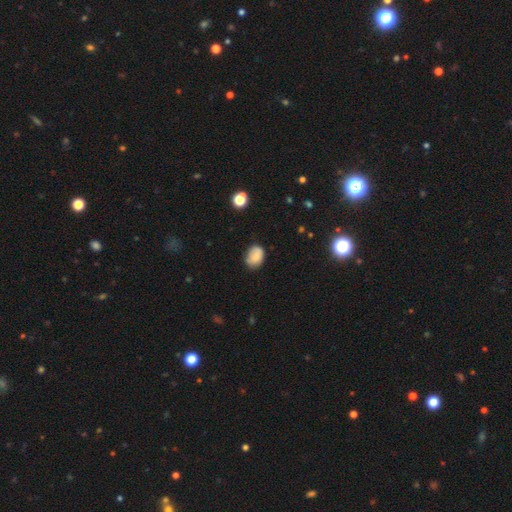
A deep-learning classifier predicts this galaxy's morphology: type=smooth (80%); roundness=in between (66%); merging=none (67%).